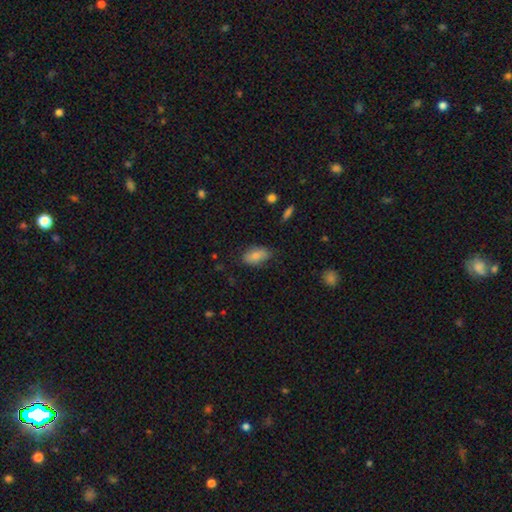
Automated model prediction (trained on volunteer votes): Q: Smooth or featured?
A: smooth (77%); runner-up: featured or disk (16%)
Q: How rounded?
A: in between (90%); runner-up: round (7%)
Q: Merging?
A: none (74%); runner-up: minor disturbance (20%)